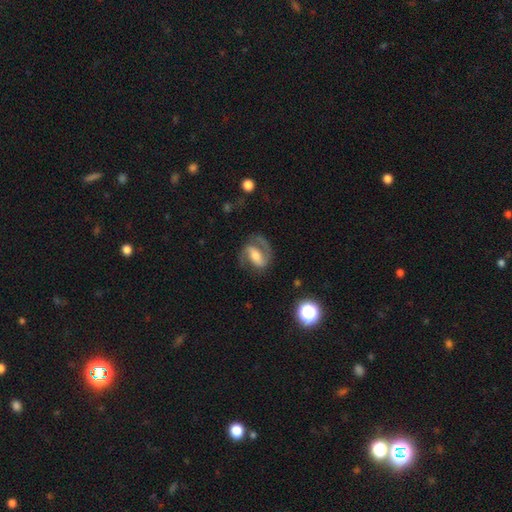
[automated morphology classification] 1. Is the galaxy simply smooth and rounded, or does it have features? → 83% featured or disk, 12% smooth, 6% star or artifact.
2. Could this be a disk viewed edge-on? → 97% no, 3% yes.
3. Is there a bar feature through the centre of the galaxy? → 47% strong, 35% weak, 18% no.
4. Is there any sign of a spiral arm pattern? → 94% yes, 6% no.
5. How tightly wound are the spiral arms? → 55% medium, 24% tight, 21% loose.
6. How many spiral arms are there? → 86% 2, 8% 1, 3% can't tell, 1% 3, 1% 4, 1% more than 4.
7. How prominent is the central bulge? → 52% moderate, 29% small, 13% large, 4% none, 2% dominant.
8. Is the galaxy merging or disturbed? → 71% none, 15% minor disturbance, 12% major disturbance, 2% merger.